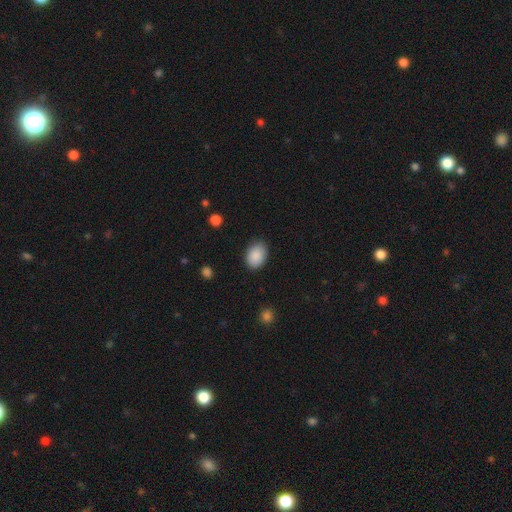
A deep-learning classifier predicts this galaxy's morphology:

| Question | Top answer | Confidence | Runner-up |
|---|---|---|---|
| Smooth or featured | smooth | 90% | star or artifact (7%) |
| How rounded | in between | 81% | round (18%) |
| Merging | none | 85% | minor disturbance (11%) |